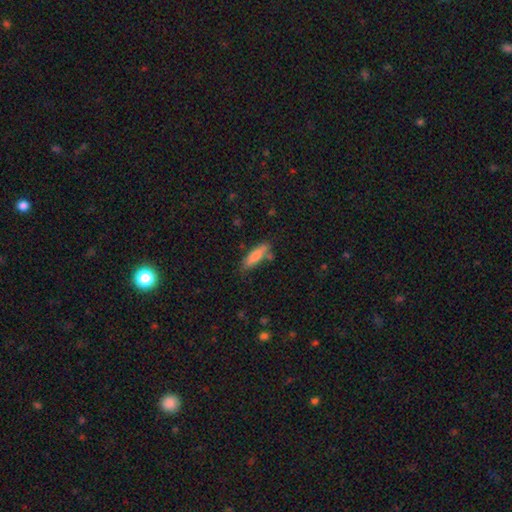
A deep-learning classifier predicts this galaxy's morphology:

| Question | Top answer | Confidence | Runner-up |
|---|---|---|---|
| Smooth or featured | smooth | 78% | featured or disk (15%) |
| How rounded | cigar-shaped | 57% | in between (42%) |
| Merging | none | 68% | minor disturbance (19%) |